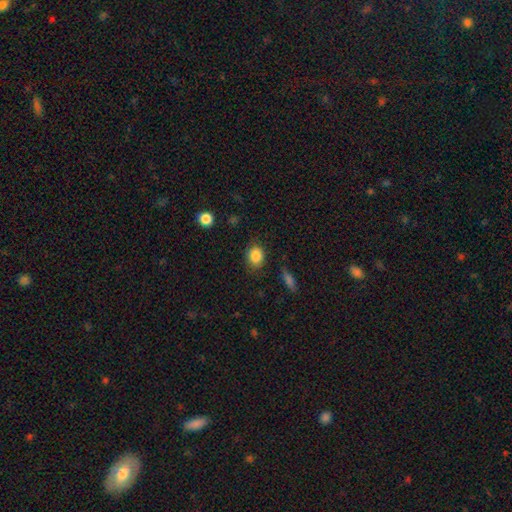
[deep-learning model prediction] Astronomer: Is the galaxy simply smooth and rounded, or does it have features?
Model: smooth — 86%.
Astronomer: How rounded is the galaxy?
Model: round — 55% (runner-up: in between, 43%).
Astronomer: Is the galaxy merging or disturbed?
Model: none — 81%.